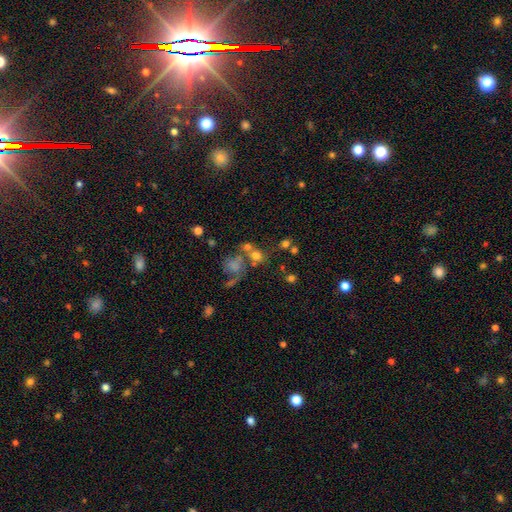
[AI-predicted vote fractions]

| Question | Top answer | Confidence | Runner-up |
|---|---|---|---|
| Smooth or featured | smooth | 63% | star or artifact (19%) |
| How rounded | round | 70% | in between (28%) |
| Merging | none | 43% | merger (36%) |